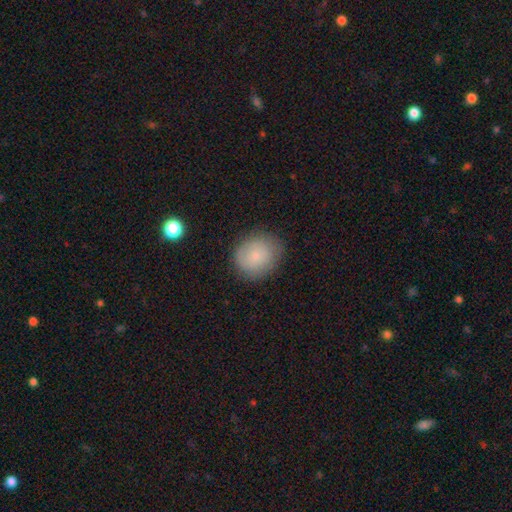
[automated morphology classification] Overall: smooth (79%). How rounded: round (71%). Merging: none (78%).